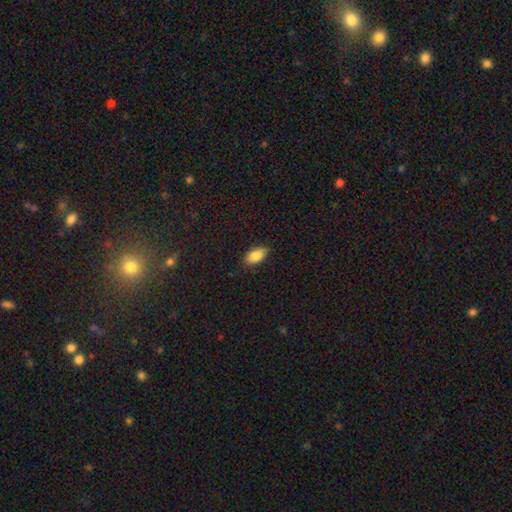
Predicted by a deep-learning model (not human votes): This appears to be a smooth galaxy with no disk features (85%) that is in between round and cigar-shaped (91%). Merging: none (85%).